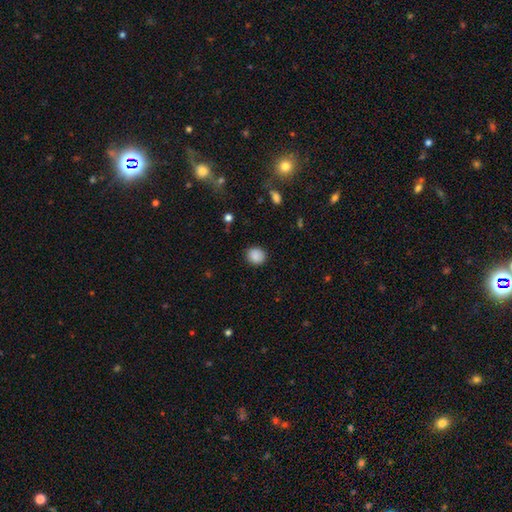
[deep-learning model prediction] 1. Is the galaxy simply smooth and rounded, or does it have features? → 88% smooth, 9% star or artifact, 4% featured or disk.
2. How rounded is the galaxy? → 76% round, 24% in between, 1% cigar-shaped.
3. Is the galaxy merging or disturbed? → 87% none, 9% minor disturbance, 3% major disturbance, 1% merger.